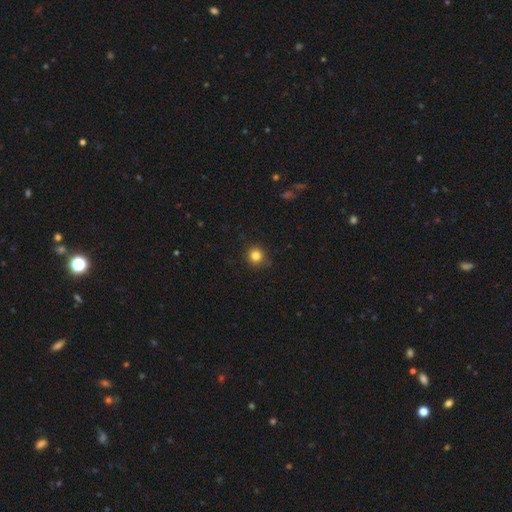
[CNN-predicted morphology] Smooth or featured? Predicted: smooth (p=0.83). How rounded? Predicted: round (p=0.93). Merging? Predicted: none (p=0.86).